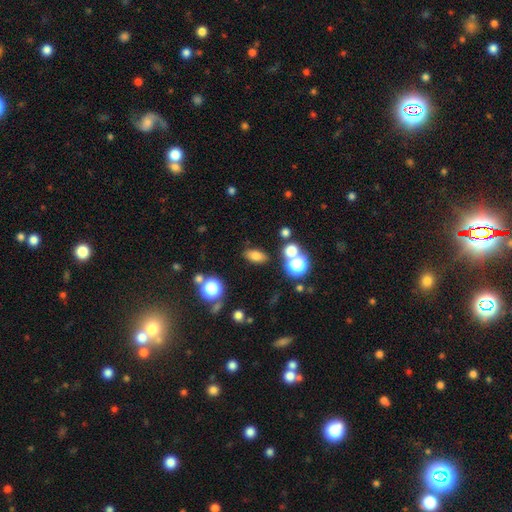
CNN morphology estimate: smooth_or_featured: smooth (p=0.75) [alt: star or artifact p=0.16]
how_rounded: in between (p=0.80) [alt: round p=0.14]
merging: none (p=0.81) [alt: minor disturbance p=0.10]